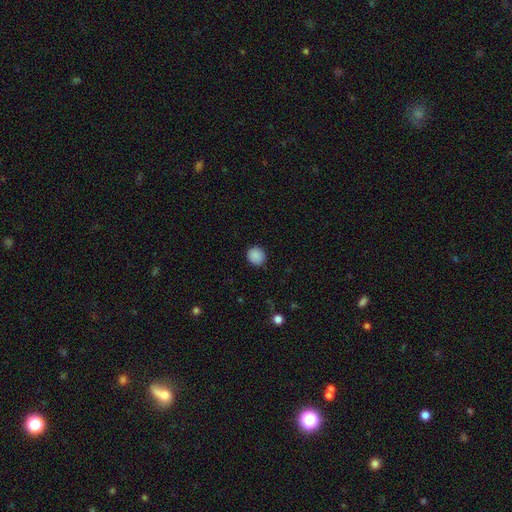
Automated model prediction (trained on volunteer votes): Smooth or featured? smooth (88%)
How rounded? round (88%)
Merging? none (89%)